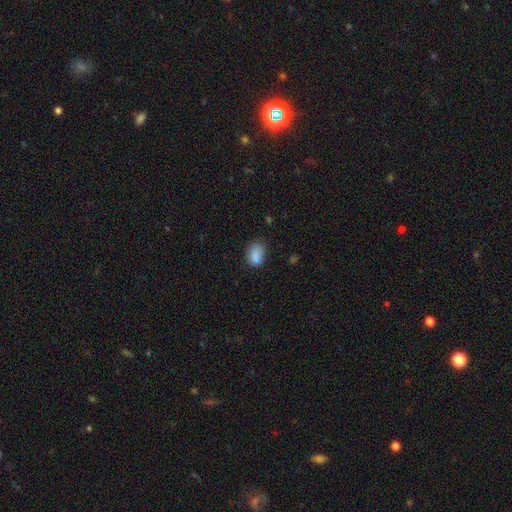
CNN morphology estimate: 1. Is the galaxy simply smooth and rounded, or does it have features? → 84% smooth, 10% star or artifact, 6% featured or disk.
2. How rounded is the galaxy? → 75% in between, 24% round, 1% cigar-shaped.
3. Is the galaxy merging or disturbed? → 59% none, 29% minor disturbance, 9% major disturbance, 4% merger.